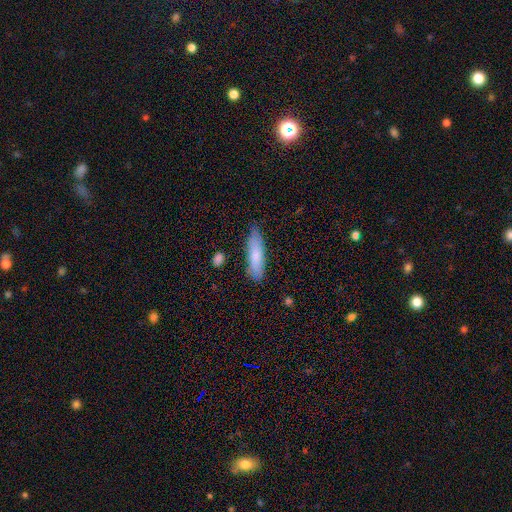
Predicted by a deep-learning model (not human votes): Overall: smooth (79%). How rounded: cigar-shaped (63%; in between 36%). Merging: none (82%).